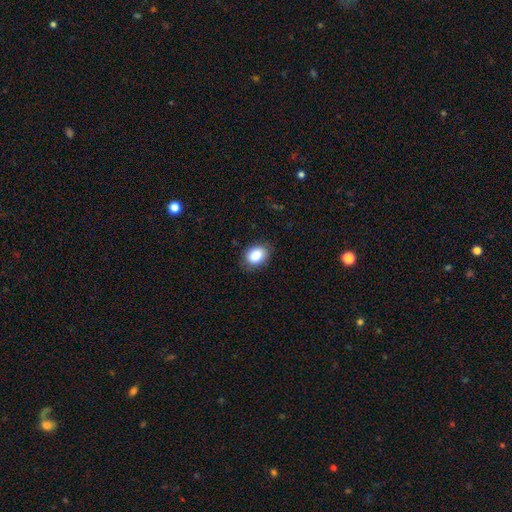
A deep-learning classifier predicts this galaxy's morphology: Smooth or featured? Predicted: smooth (p=0.86). How rounded? Predicted: in between (p=0.67). Merging? Predicted: none (p=0.85).